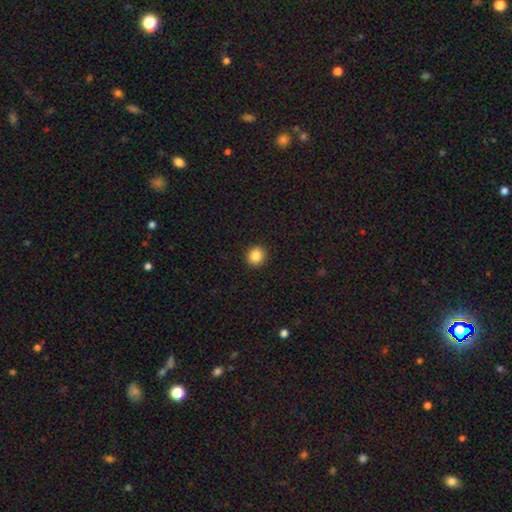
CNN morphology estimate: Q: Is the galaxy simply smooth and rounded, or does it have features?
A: smooth — 85%.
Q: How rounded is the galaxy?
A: round — 91%.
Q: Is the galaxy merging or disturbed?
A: none — 93%.